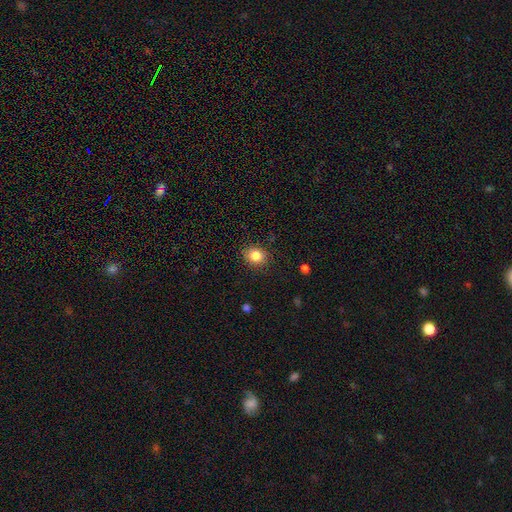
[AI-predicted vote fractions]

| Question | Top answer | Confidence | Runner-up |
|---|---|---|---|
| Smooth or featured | smooth | 83% | star or artifact (11%) |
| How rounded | round | 67% | in between (32%) |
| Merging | none | 86% | minor disturbance (10%) |